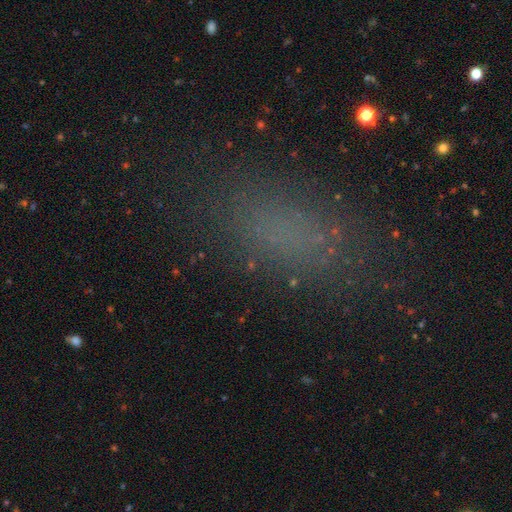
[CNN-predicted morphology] Smooth or featured: smooth — 65% (star or artifact — 22%)
How rounded: in between — 82% (cigar-shaped — 11%)
Merging: none — 73% (minor disturbance — 17%)